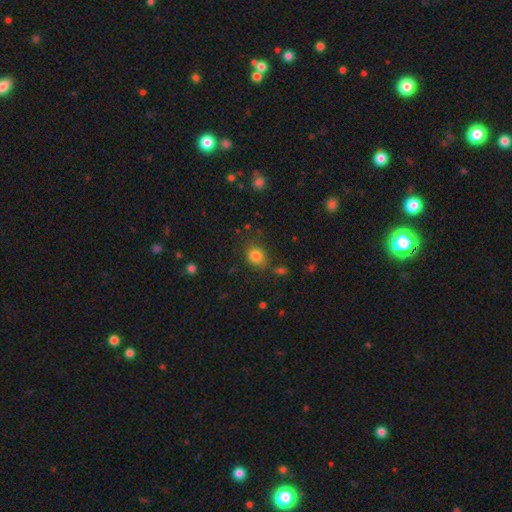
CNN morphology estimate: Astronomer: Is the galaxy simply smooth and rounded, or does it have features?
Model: smooth — 81%.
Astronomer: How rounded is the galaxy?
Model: round — 60% (runner-up: in between, 39%).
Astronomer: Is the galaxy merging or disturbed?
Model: none — 75%.